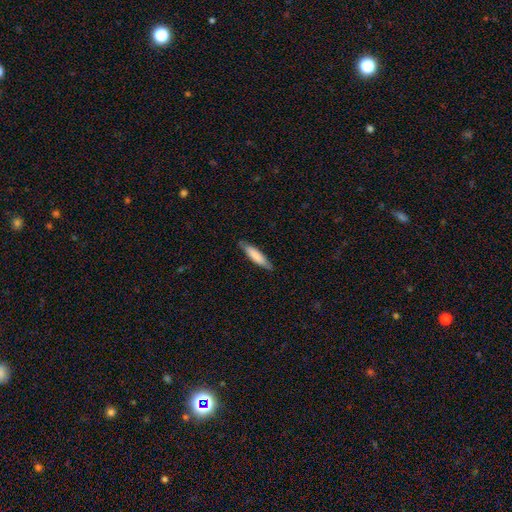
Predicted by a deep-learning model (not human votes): This appears to be a smooth galaxy with no disk features (81%) that is cigar-shaped (76%). Merging: none (83%).